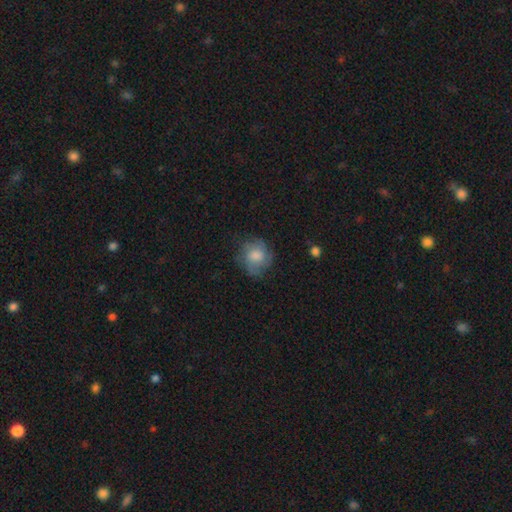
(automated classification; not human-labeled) A smooth galaxy with no disk features (70%) that is round (76%). Merging: none (63%).